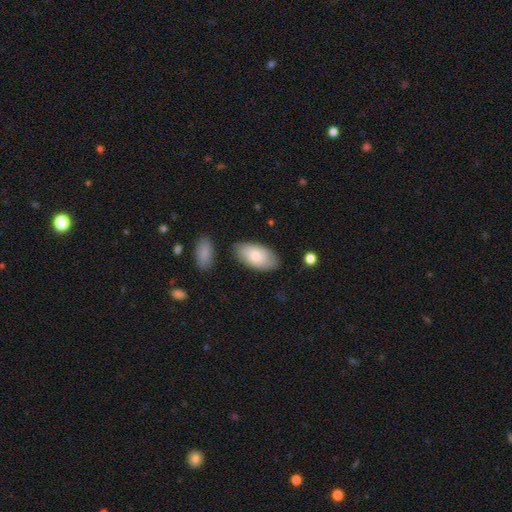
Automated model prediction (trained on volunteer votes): Q: Smooth or featured?
A: smooth (77%); runner-up: featured or disk (18%)
Q: How rounded?
A: in between (95%); runner-up: round (3%)
Q: Merging?
A: none (77%); runner-up: minor disturbance (16%)